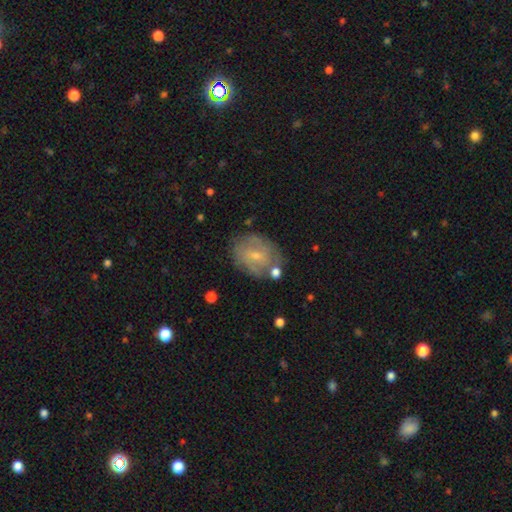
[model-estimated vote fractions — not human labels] The model was most divided on "bar": weak: 47%, no: 43%, strong: 9%. More confident: edge-on disk — no (96%); spiral arms — yes (72%); bulge size — small (67%); merging — none (64%); smooth or featured — featured or disk (60%).